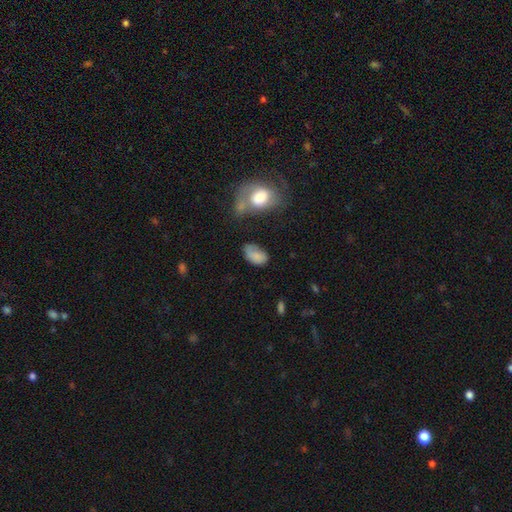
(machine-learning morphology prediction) type=smooth (76%); roundness=in between (91%); merging=none (49%).